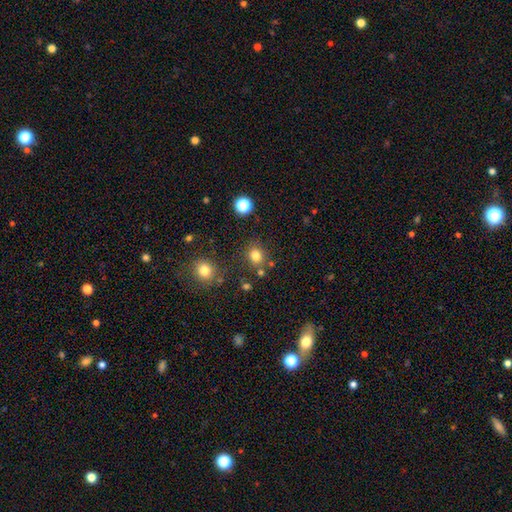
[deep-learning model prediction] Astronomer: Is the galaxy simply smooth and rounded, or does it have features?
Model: smooth — 79%.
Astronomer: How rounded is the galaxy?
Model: round — 72%.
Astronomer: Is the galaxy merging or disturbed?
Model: none — 78%.